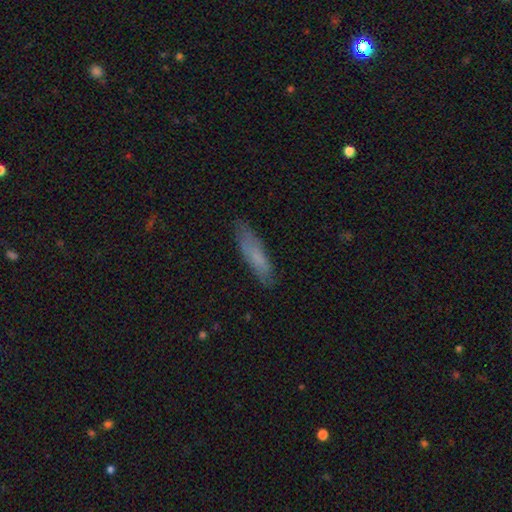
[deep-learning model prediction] The model was most divided on "smooth or featured": smooth: 69%, featured or disk: 24%, star or artifact: 8%. More confident: merging — none (78%); how rounded — cigar-shaped (74%).